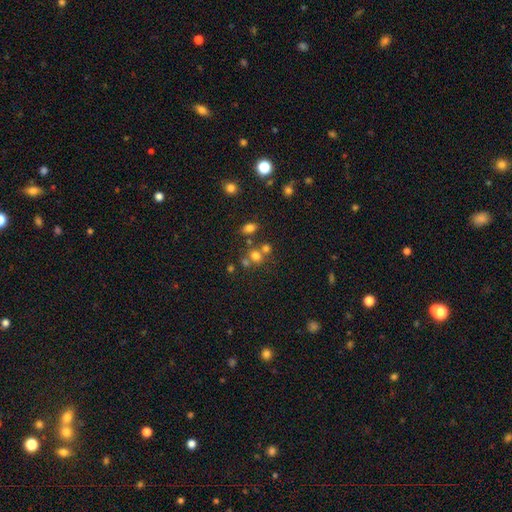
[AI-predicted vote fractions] Smooth or featured: smooth — 68% (star or artifact — 19%)
How rounded: round — 77% (in between — 22%)
Merging: none — 52% (merger — 35%)